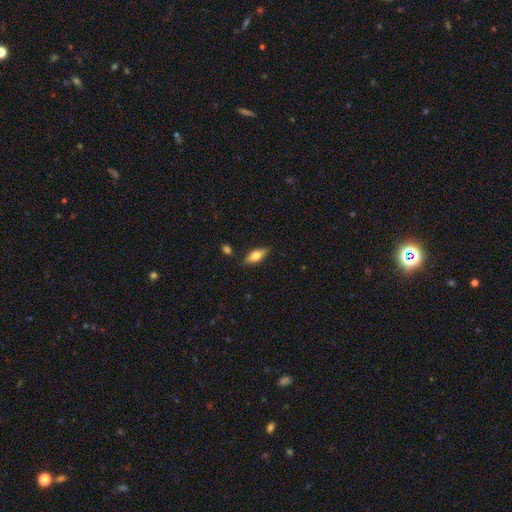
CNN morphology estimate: Smooth or featured? Predicted: smooth (p=0.62). How rounded? Predicted: in between (p=0.73). Merging? Predicted: none (p=0.83).